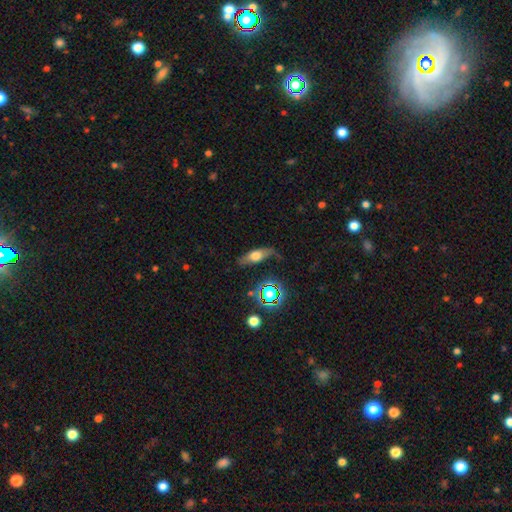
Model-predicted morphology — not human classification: A smooth galaxy with no disk features (51%) that is in between round and cigar-shaped (58%). Merging: none (67%).